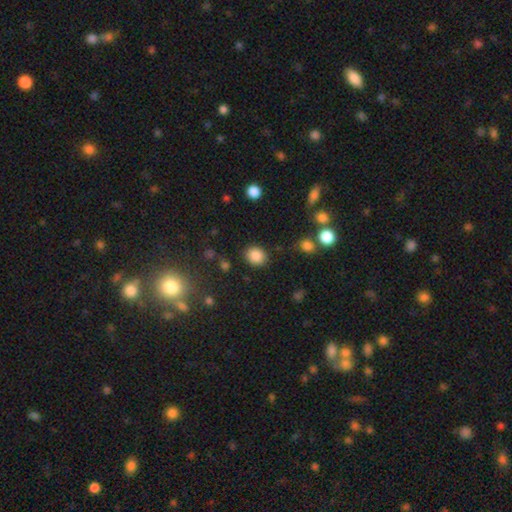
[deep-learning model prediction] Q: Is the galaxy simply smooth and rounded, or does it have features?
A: smooth — 86%.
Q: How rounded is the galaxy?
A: round — 65%.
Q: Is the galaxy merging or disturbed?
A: none — 85%.